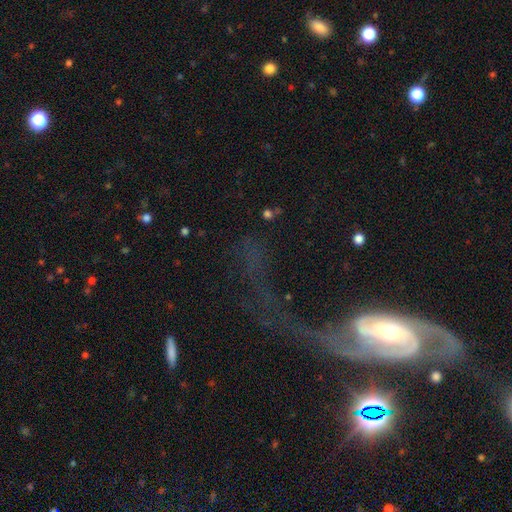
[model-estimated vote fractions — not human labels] This appears to be a featured or disk galaxy (73%) with no bar (43%), 2 (62%) loose (44%) spiral arms (80%) and a moderate central bulge (46%). Merging: major disturbance (42%).